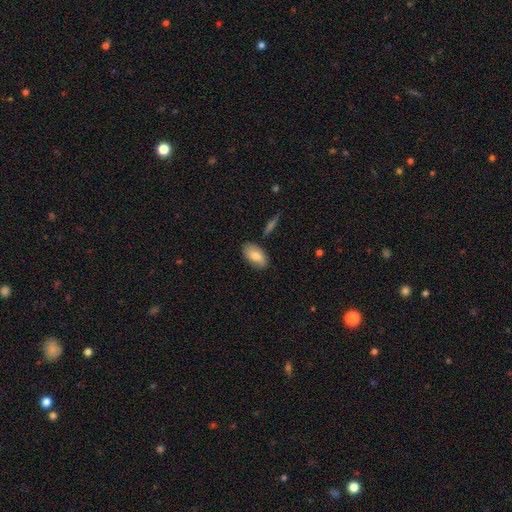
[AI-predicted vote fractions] This appears to be a smooth galaxy with no disk features (79%) that is in between round and cigar-shaped (93%). Merging: none (81%).